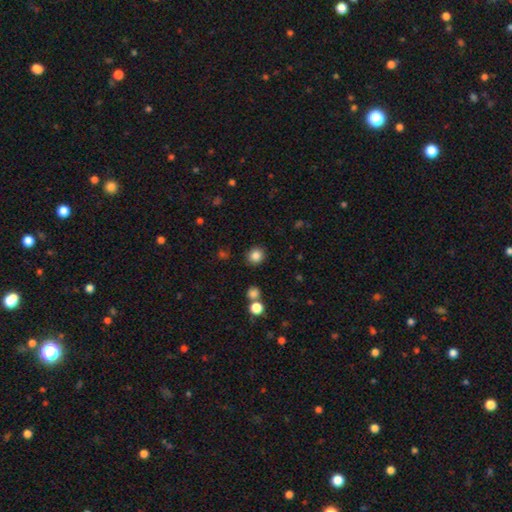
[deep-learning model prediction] Q: Smooth or featured?
A: smooth (84%); runner-up: star or artifact (11%)
Q: How rounded?
A: round (89%); runner-up: in between (10%)
Q: Merging?
A: none (89%); runner-up: minor disturbance (6%)